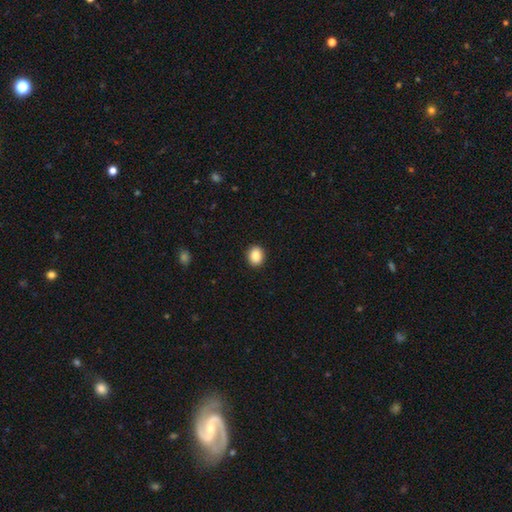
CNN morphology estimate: The model was most divided on "how rounded": round: 59%, in between: 41%, cigar-shaped: 1%. More confident: merging — none (91%); smooth or featured — smooth (88%).